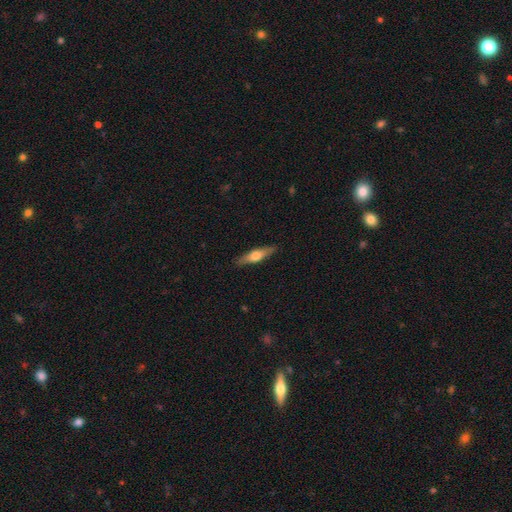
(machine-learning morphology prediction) featured or disk 49%, smooth 45%, star or artifact 6%. Down the decision tree: merging — none (88%).